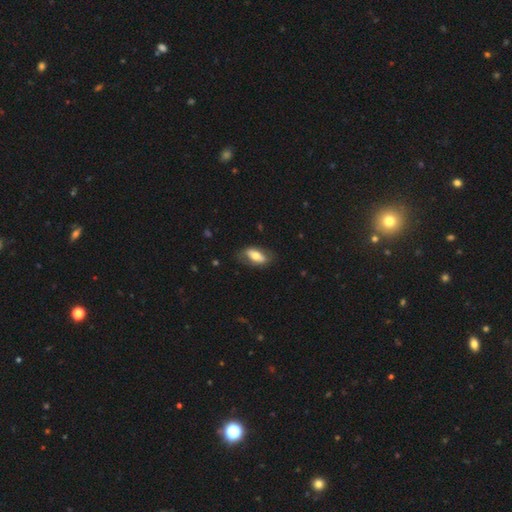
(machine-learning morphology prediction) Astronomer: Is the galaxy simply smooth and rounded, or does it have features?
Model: smooth — 58% (runner-up: featured or disk, 36%).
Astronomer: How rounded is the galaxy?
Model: in between — 85%.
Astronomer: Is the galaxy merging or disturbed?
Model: none — 71%.